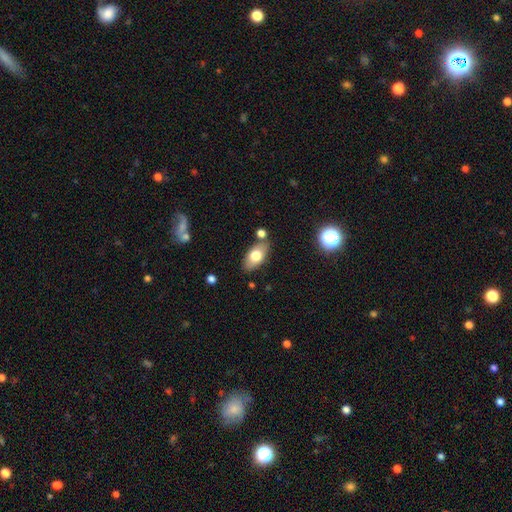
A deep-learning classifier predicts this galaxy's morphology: Smooth or featured? Predicted: smooth (p=0.72). How rounded? Predicted: in between (p=0.91). Merging? Predicted: none (p=0.77).